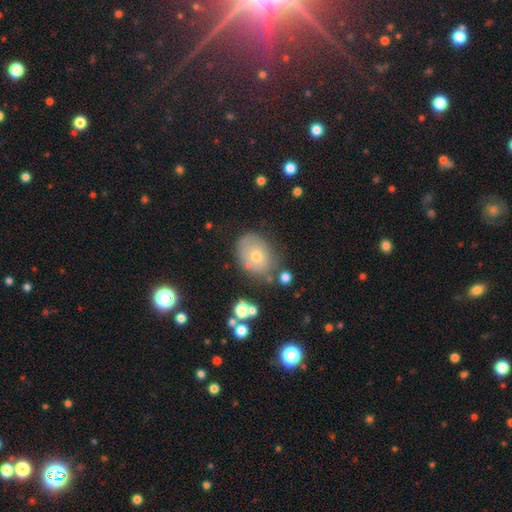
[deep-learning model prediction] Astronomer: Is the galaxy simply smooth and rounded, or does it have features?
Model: smooth — 53% (runner-up: featured or disk, 35%).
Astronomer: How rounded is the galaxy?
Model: in between — 61% (runner-up: round, 38%).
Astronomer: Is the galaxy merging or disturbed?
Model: none — 63%.